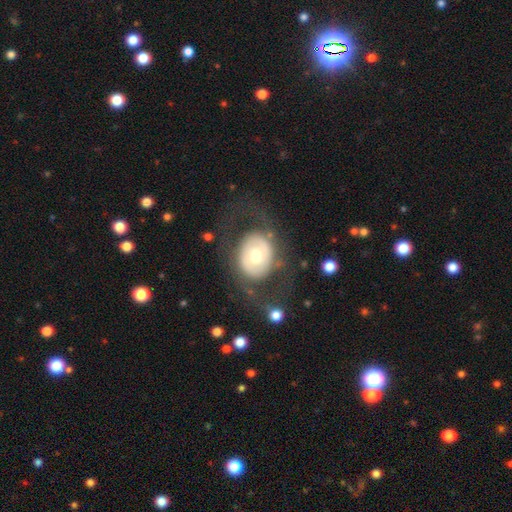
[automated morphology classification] A featured or disk galaxy (49%).

Vote fractions:
- Smooth or featured? featured or disk: 49% / smooth: 44% / star or artifact: 6%
- Merging? none: 67% / major disturbance: 17% / minor disturbance: 14% / merger: 3%